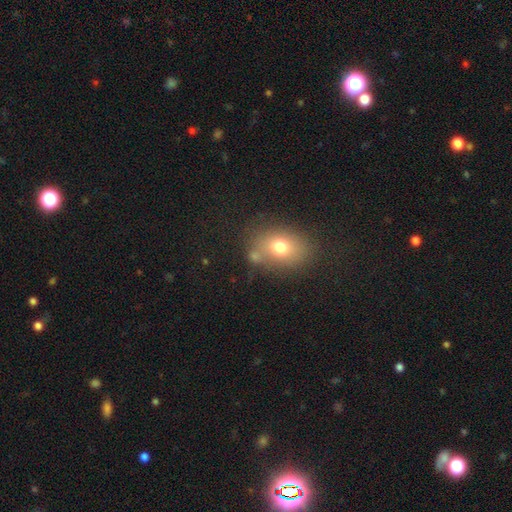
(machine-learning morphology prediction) Smooth or featured? smooth (71%)
How rounded? in between (58%)
Merging? none (66%)